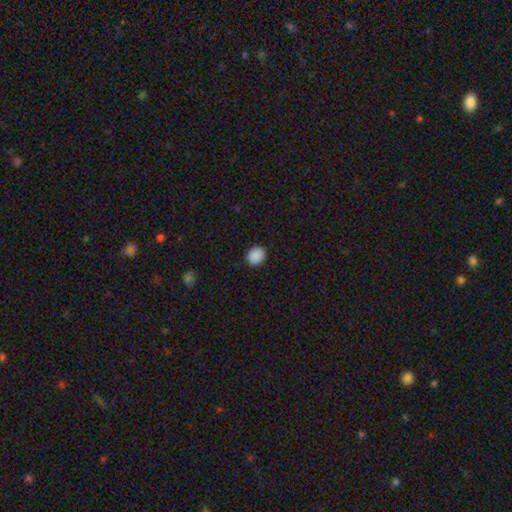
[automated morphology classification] smooth_or_featured: smooth (p=0.89) [alt: star or artifact p=0.08]
how_rounded: round (p=0.72) [alt: in between p=0.27]
merging: none (p=0.89) [alt: minor disturbance p=0.08]